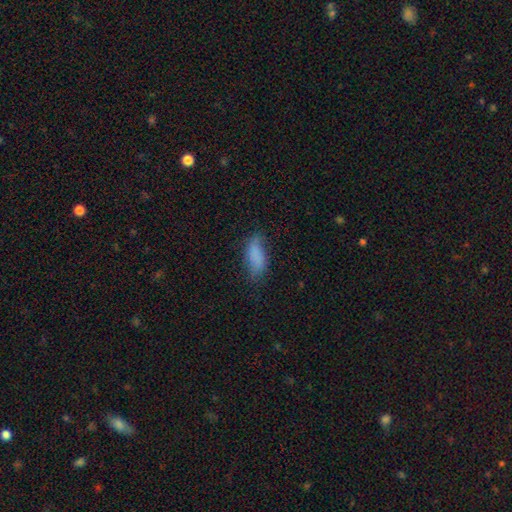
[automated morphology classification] smooth_or_featured: smooth (p=0.81) [alt: featured or disk p=0.10]
how_rounded: in between (p=0.81) [alt: cigar-shaped p=0.17]
merging: none (p=0.62) [alt: minor disturbance p=0.27]